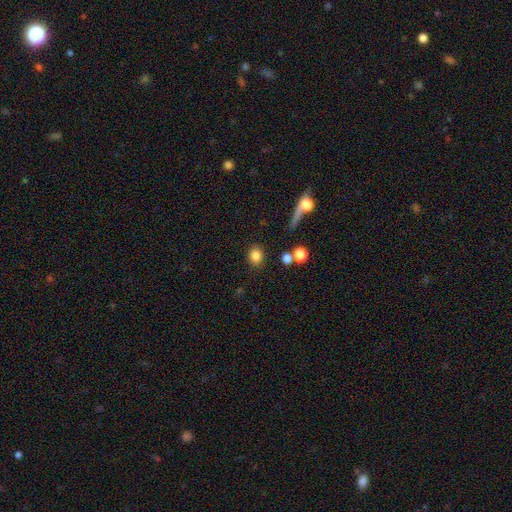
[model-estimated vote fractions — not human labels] Smooth or featured?
  - smooth: 83% *
  - star or artifact: 10%
  - featured or disk: 7%
How rounded?
  - round: 68% *
  - in between: 30%
  - cigar-shaped: 2%
Merging?
  - none: 83% *
  - minor disturbance: 8%
  - merger: 5%
  - major disturbance: 4%